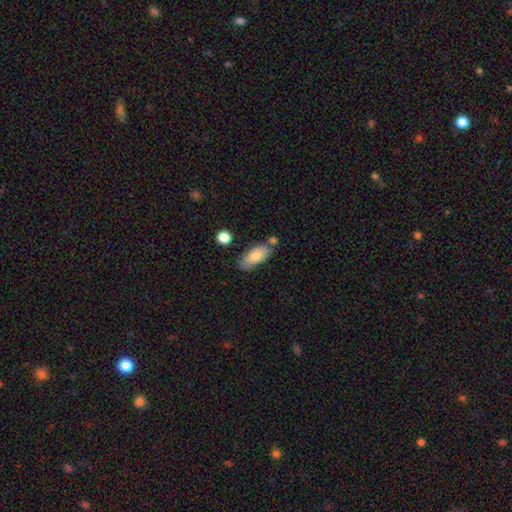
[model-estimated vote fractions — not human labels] Smooth or featured?
  - smooth: 77% *
  - featured or disk: 16%
  - star or artifact: 7%
How rounded?
  - in between: 83% *
  - cigar-shaped: 14%
  - round: 3%
Merging?
  - none: 66% *
  - minor disturbance: 19%
  - merger: 11%
  - major disturbance: 4%